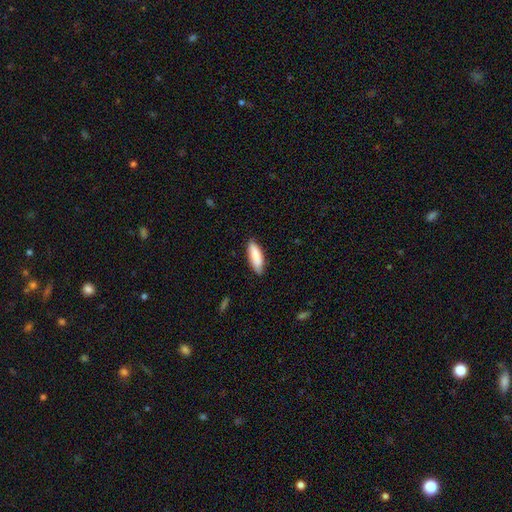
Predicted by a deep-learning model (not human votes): This appears to be a smooth galaxy with no disk features (86%) that is in between round and cigar-shaped (59%). Merging: none (81%).